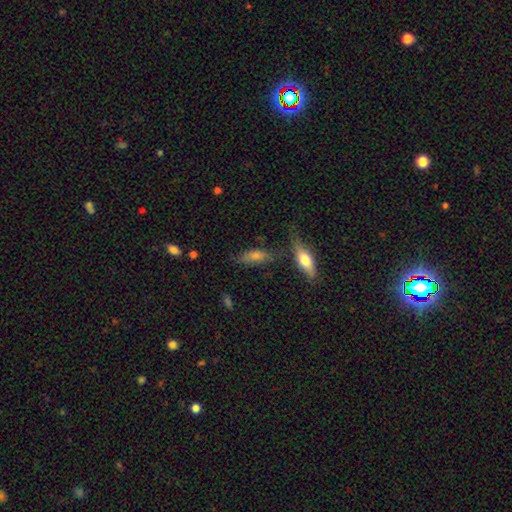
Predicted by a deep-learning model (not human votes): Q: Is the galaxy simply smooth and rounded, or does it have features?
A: smooth — 61%.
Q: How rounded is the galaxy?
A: in between — 59%.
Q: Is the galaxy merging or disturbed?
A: none — 65%.